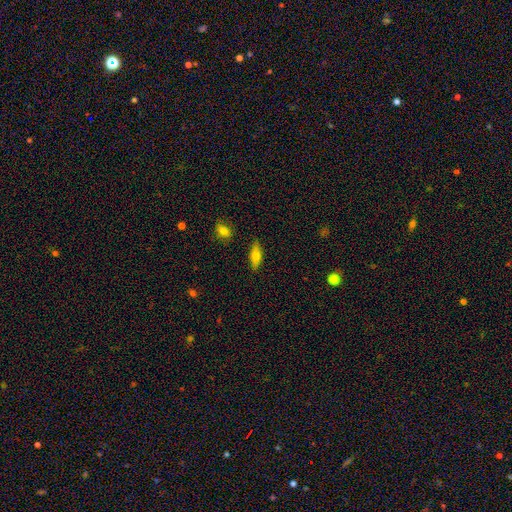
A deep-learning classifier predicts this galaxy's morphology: This is likely a smooth galaxy (68%). How rounded: possibly in between (55%). Merging: clearly none (85%).